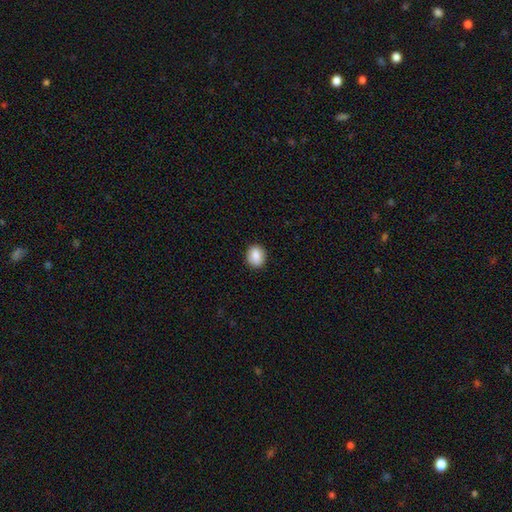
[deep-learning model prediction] smooth-or-featured: smooth: 85% | star or artifact: 8% | featured or disk: 7%
  how-rounded: round: 56% | in between: 42% | cigar-shaped: 1%
  merging: none: 88% | minor disturbance: 9% | major disturbance: 2% | merger: 1%